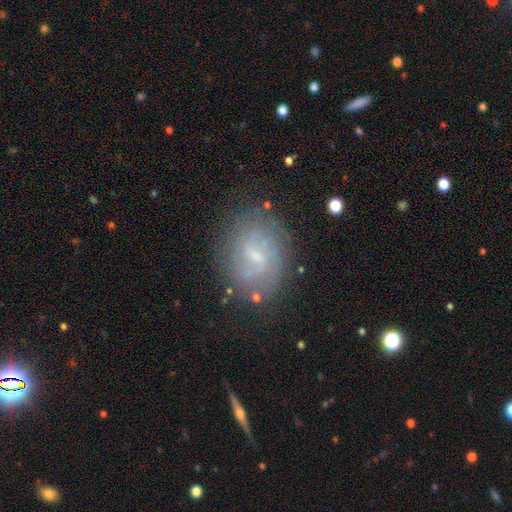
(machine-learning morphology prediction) This appears to be a featured or disk galaxy (74%) with a weak bar (63%), 2 (62%) medium (41%) spiral arms (90%) and a small central bulge (64%). Merging: none (76%).